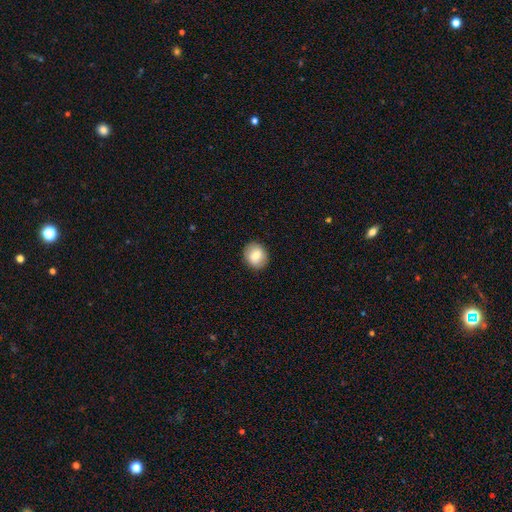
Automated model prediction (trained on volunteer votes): A smooth galaxy with no disk features (78%) that is round (72%). Merging: none (89%).